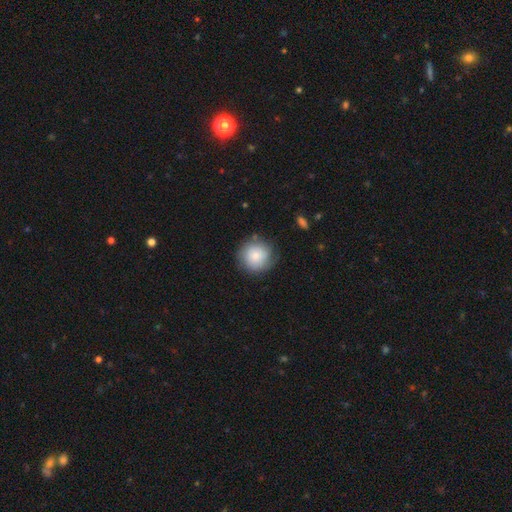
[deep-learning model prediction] Smooth or featured? smooth (79%)
How rounded? round (93%)
Merging? none (77%)